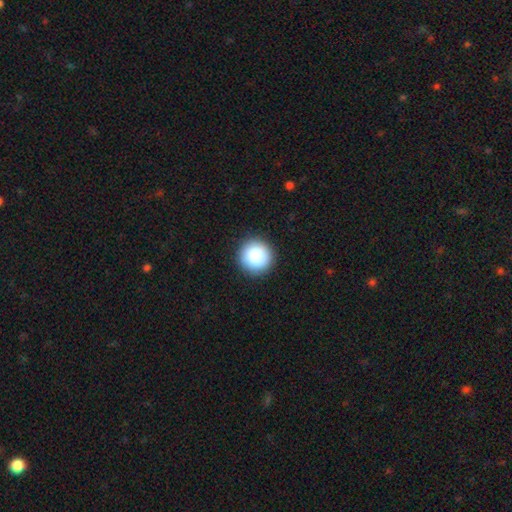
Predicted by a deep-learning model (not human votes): smooth 88%, star or artifact 8%, featured or disk 4%. Down the decision tree: how rounded — round (95%); merging — none (92%).